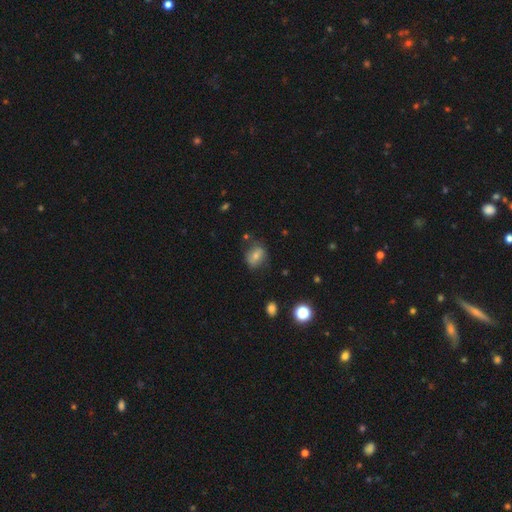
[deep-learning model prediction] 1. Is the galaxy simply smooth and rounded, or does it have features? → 64% smooth, 25% featured or disk, 11% star or artifact.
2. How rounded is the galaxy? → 54% in between, 44% round, 2% cigar-shaped.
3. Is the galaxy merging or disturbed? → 70% none, 20% minor disturbance, 7% major disturbance, 3% merger.